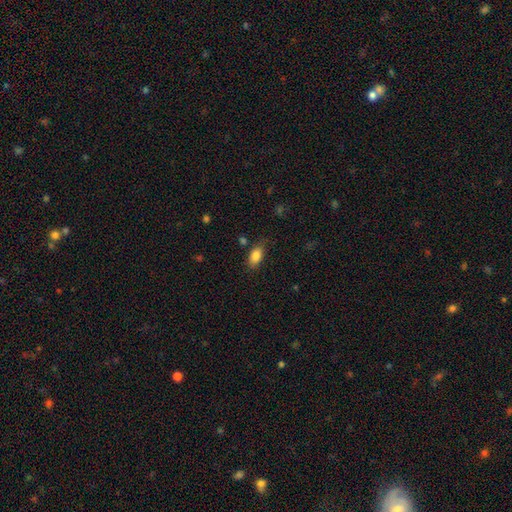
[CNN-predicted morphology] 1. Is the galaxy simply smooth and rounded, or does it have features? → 84% smooth, 8% star or artifact, 8% featured or disk.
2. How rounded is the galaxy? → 90% in between, 5% round, 4% cigar-shaped.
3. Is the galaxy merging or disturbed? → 76% none, 17% minor disturbance, 4% major disturbance, 3% merger.